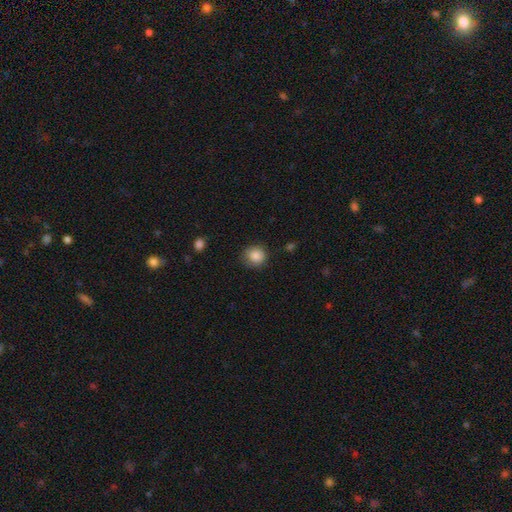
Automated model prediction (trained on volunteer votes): The model was most divided on "merging": none: 78%, minor disturbance: 17%, major disturbance: 4%, merger: 1%. More confident: smooth or featured — smooth (86%); how rounded — round (85%).